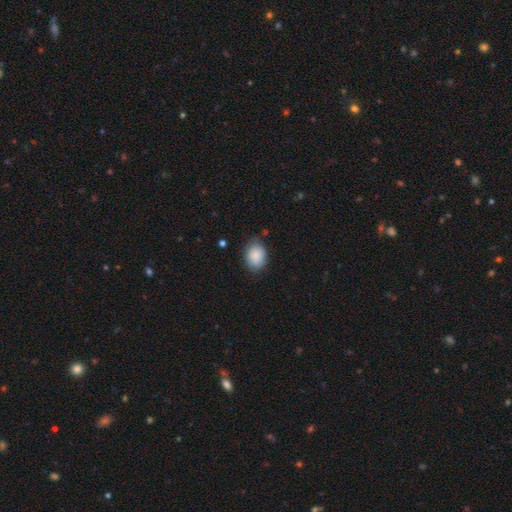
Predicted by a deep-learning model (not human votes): smooth 87%, star or artifact 7%, featured or disk 6%. Down the decision tree: how rounded — in between (73%); merging — none (74%).